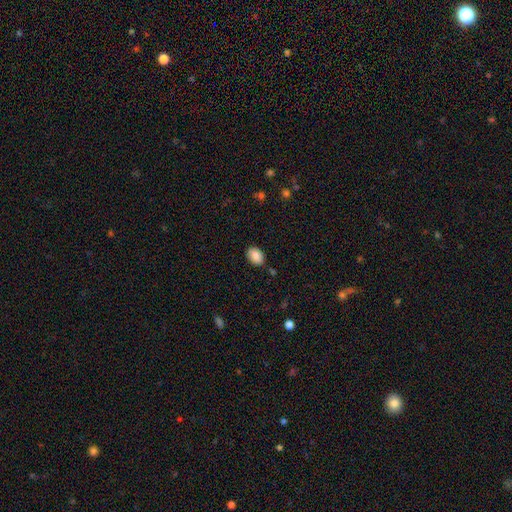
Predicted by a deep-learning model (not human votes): Smooth or featured?
  - smooth: 85% *
  - star or artifact: 8%
  - featured or disk: 8%
How rounded?
  - in between: 78% *
  - round: 21%
  - cigar-shaped: 1%
Merging?
  - none: 82% *
  - minor disturbance: 13%
  - major disturbance: 2%
  - merger: 2%